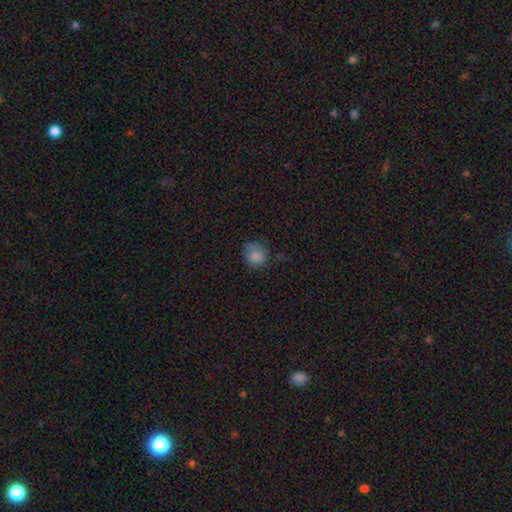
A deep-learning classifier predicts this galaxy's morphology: smooth_or_featured: smooth (p=0.81) [alt: star or artifact p=0.10]
how_rounded: round (p=0.76) [alt: in between p=0.23]
merging: none (p=0.64) [alt: minor disturbance p=0.26]